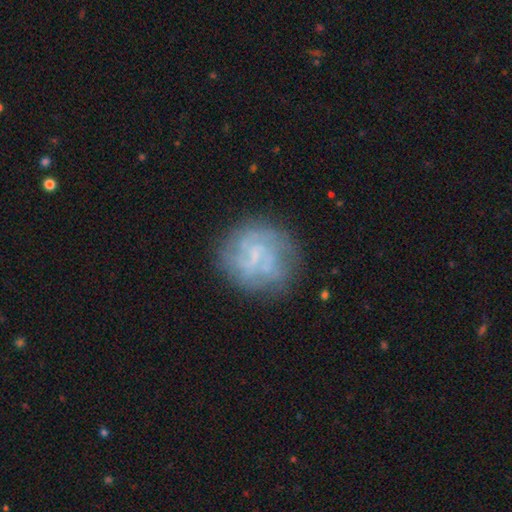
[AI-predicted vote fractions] Smooth or featured? featured or disk (66%)
Edge-on disk? no (98%)
Bar? no (50%)
Spiral arms? yes (68%)
Bulge size? none (46%)
Merging? none (72%)